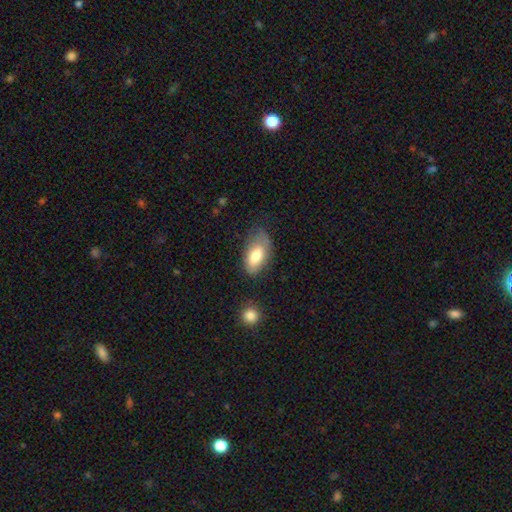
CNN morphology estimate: Smooth or featured: smooth — 77% (featured or disk — 16%)
How rounded: in between — 93% (cigar-shaped — 4%)
Merging: none — 51% (minor disturbance — 32%)